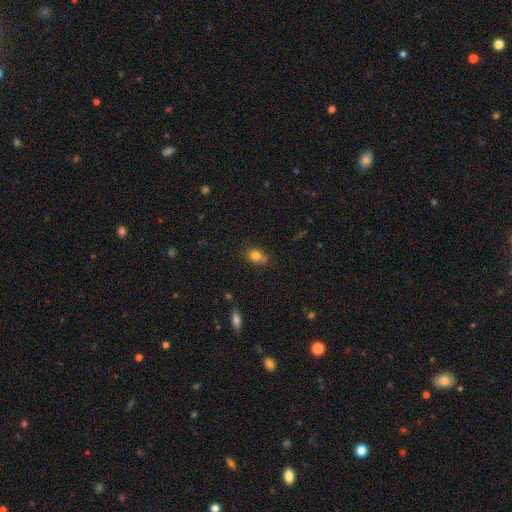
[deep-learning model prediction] Smooth or featured: smooth — 78% (star or artifact — 12%)
How rounded: in between — 56% (round — 42%)
Merging: none — 54% (merger — 24%)